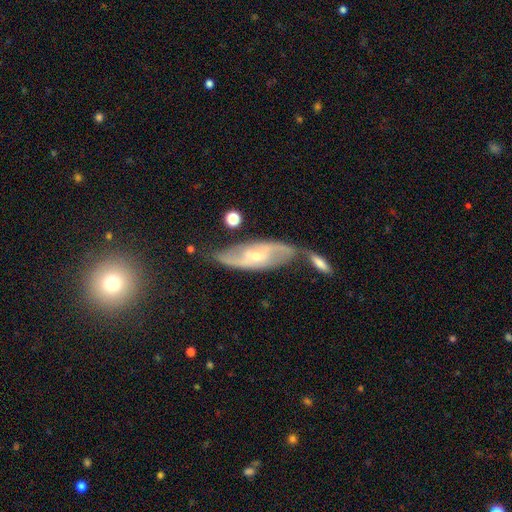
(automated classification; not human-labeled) Morphology: type=featured or disk (78%); edge-on=no (87%); bar=no (50%); spiral arms=yes (89%); winding=medium (40%); arm count=2 (83%); bulge=small (58%); merging=none (53%).